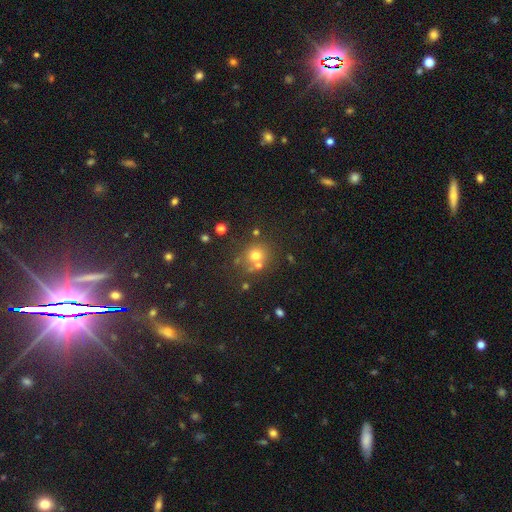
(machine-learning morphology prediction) This is likely a smooth galaxy (67%). How rounded: clearly round (86%). Merging: likely none (64%).